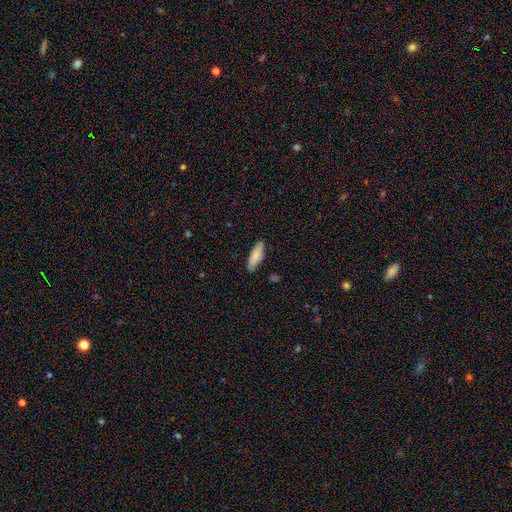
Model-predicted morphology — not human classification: smooth 81%, featured or disk 13%, star or artifact 6%. Down the decision tree: how rounded — in between (63%); merging — none (83%).